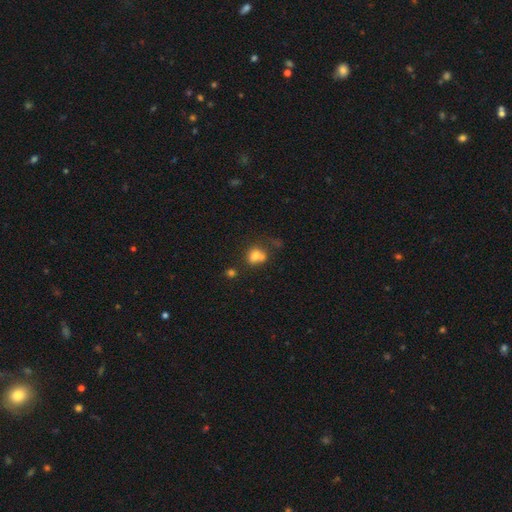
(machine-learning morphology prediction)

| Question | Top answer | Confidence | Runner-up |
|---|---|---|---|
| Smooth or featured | smooth | 72% | featured or disk (15%) |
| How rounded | round | 64% | in between (35%) |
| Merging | merger | 46% | none (35%) |